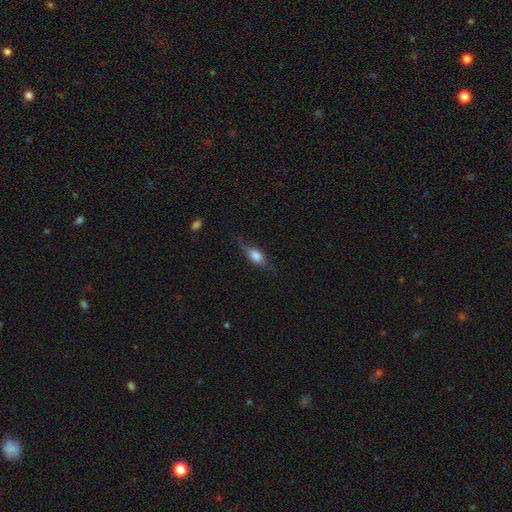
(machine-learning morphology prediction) Smooth or featured?
  - smooth: 56% *
  - featured or disk: 37%
  - star or artifact: 8%
How rounded?
  - in between: 64% *
  - cigar-shaped: 28%
  - round: 7%
Merging?
  - none: 70% *
  - minor disturbance: 21%
  - major disturbance: 7%
  - merger: 1%